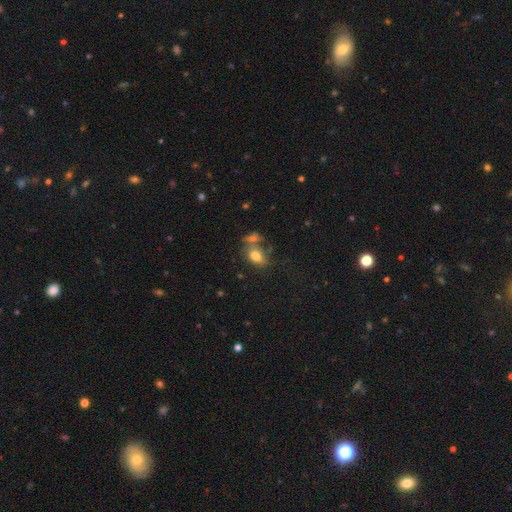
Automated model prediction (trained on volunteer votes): This is likely a smooth galaxy (76%). How rounded: clearly in between (82%). Merging: possibly none (49%).